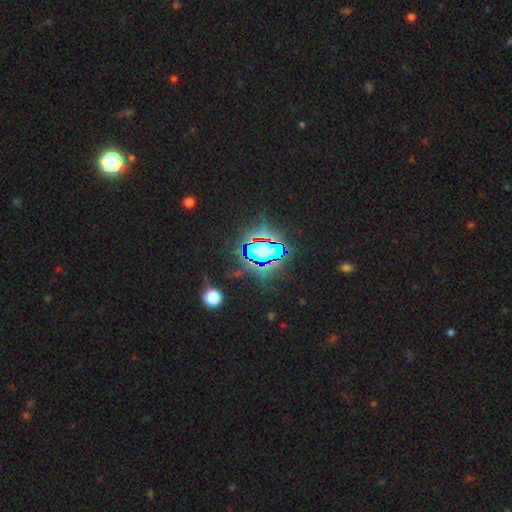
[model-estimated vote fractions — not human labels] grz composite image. It shows a star or artifact, not a galaxy (72%).